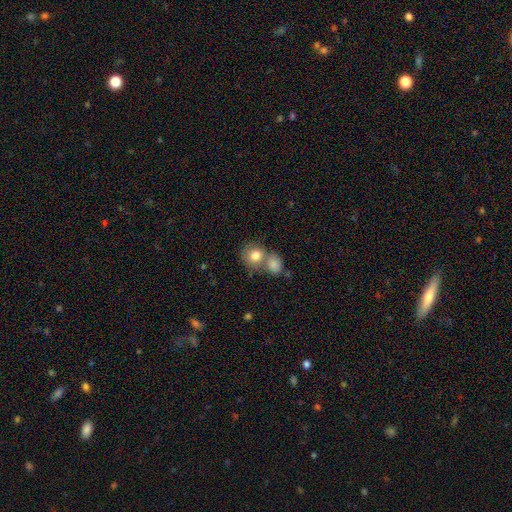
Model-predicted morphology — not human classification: Smooth or featured: smooth — 80% (featured or disk — 12%)
How rounded: round — 73% (in between — 26%)
Merging: merger — 50% (none — 37%)